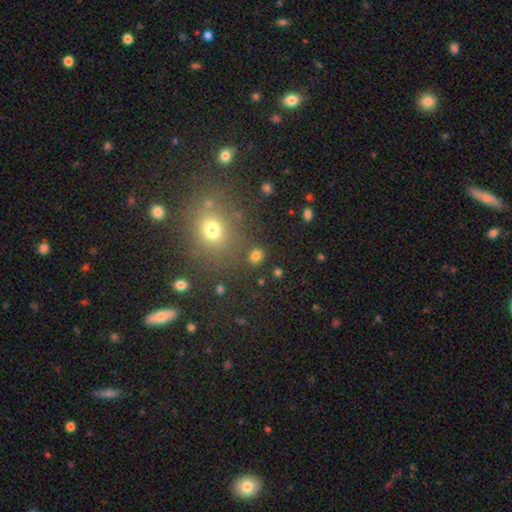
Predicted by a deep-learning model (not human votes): This appears to be a smooth galaxy with no disk features (77%) that is round (75%). Merging: none (83%).